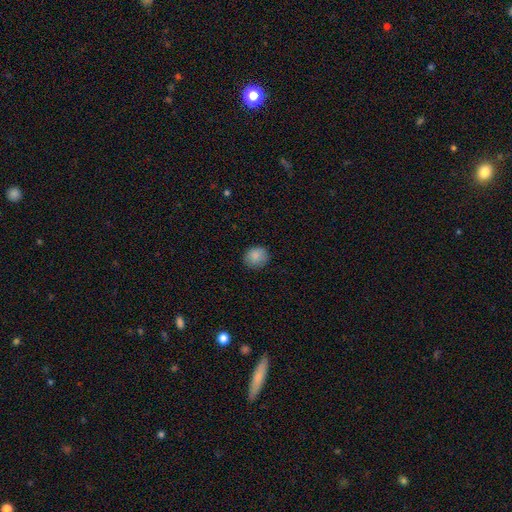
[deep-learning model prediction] The model was most divided on "how rounded": round: 75%, in between: 24%, cigar-shaped: 1%. More confident: merging — none (87%); smooth or featured — smooth (87%).